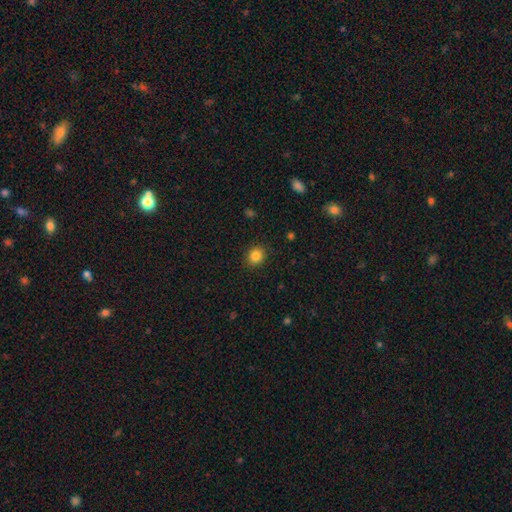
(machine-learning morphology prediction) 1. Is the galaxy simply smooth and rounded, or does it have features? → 85% smooth, 11% star or artifact, 5% featured or disk.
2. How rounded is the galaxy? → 77% round, 22% in between, 1% cigar-shaped.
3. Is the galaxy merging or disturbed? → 89% none, 8% minor disturbance, 2% major disturbance, 1% merger.